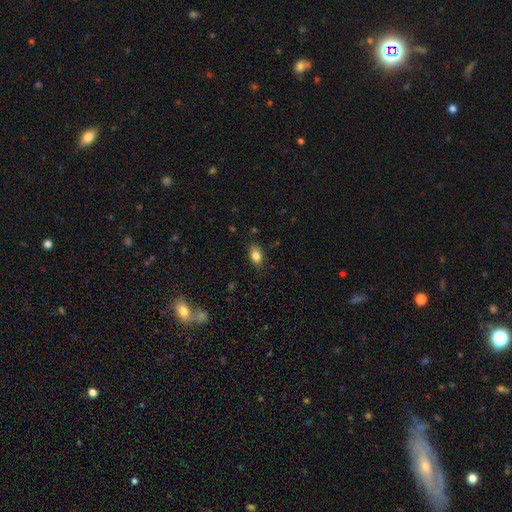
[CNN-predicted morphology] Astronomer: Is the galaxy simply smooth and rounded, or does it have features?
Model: smooth — 81%.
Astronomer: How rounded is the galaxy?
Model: in between — 86%.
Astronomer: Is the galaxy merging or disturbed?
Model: none — 85%.